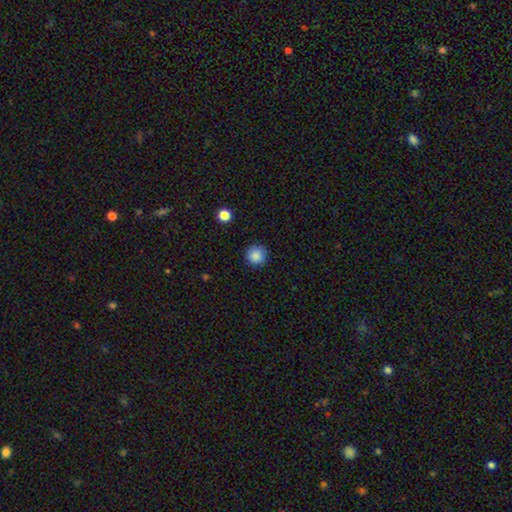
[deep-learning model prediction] The model was most divided on "smooth or featured": smooth: 87%, star or artifact: 10%, featured or disk: 3%. More confident: how rounded — round (95%); merging — none (89%).